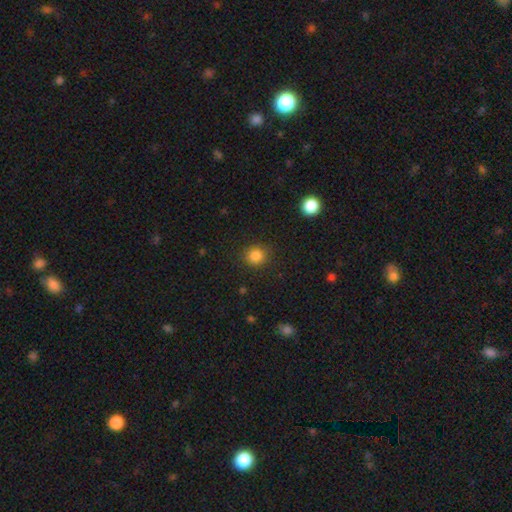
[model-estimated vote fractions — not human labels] Q: Smooth or featured?
A: smooth (84%); runner-up: star or artifact (12%)
Q: How rounded?
A: round (87%); runner-up: in between (12%)
Q: Merging?
A: none (88%); runner-up: minor disturbance (8%)